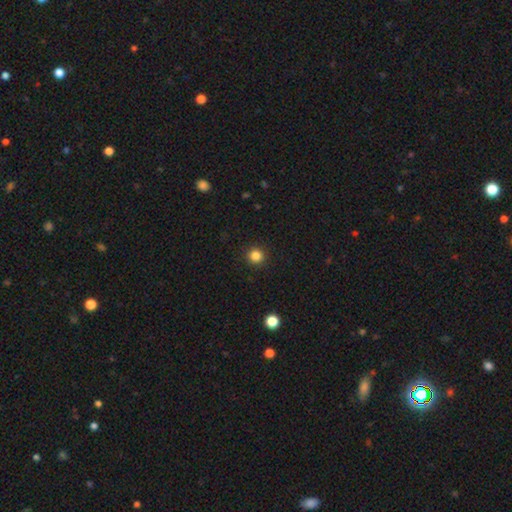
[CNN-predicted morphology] Smooth or featured: smooth — 84% (star or artifact — 12%)
How rounded: round — 95% (in between — 4%)
Merging: none — 93% (minor disturbance — 5%)